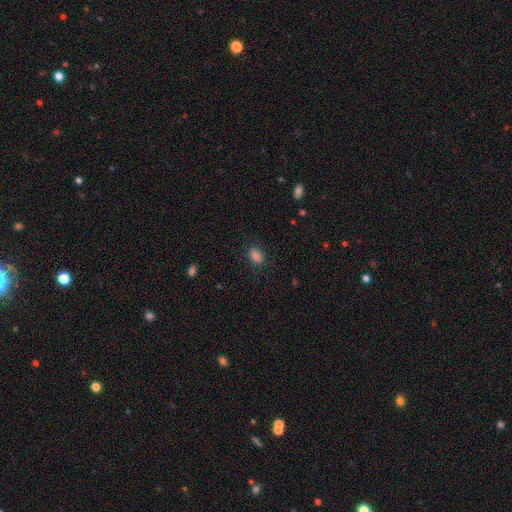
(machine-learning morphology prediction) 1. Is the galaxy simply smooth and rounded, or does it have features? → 85% smooth, 12% star or artifact, 4% featured or disk.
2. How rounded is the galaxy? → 82% in between, 16% round, 2% cigar-shaped.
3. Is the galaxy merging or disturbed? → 84% none, 12% minor disturbance, 4% major disturbance, 1% merger.